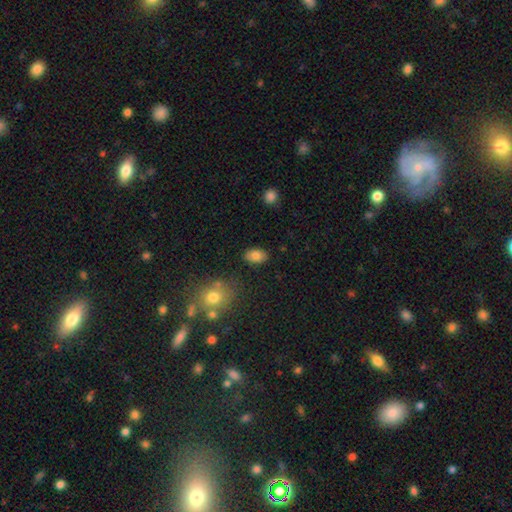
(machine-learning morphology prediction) smooth-or-featured: smooth: 82% | featured or disk: 10% | star or artifact: 9%
  how-rounded: in between: 88% | round: 11% | cigar-shaped: 1%
  merging: none: 84% | minor disturbance: 11% | major disturbance: 3% | merger: 2%